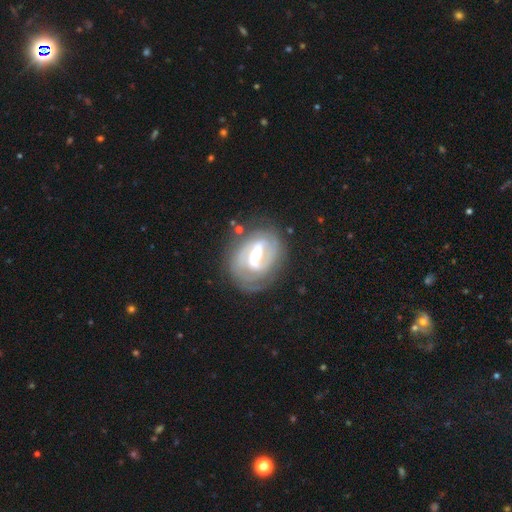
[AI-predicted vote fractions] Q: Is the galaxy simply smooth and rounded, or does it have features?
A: featured or disk — 87%.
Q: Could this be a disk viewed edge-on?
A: no — 96%.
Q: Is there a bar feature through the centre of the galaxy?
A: strong — 60%.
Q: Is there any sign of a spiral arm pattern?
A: yes — 92%.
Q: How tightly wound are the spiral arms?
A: tight — 60%.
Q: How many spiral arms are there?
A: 2 — 61%.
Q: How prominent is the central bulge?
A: moderate — 61%.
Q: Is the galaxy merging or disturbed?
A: none — 74%.